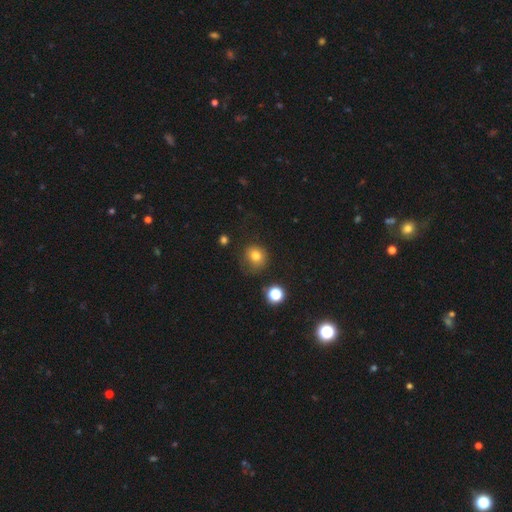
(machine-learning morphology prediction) type=smooth (78%); roundness=round (84%); merging=none (67%).